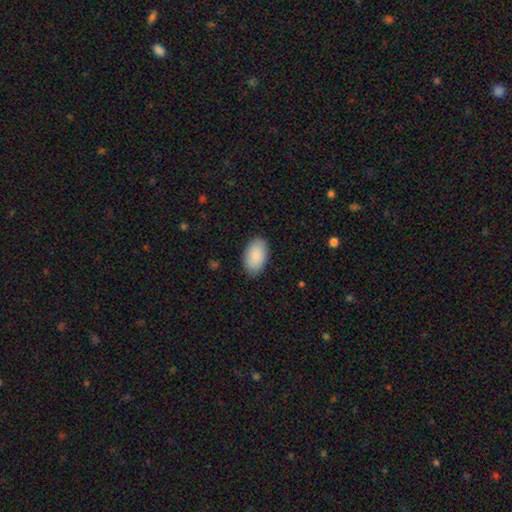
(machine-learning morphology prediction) This is clearly a smooth galaxy (88%). How rounded: clearly in between (94%). Merging: clearly none (85%).